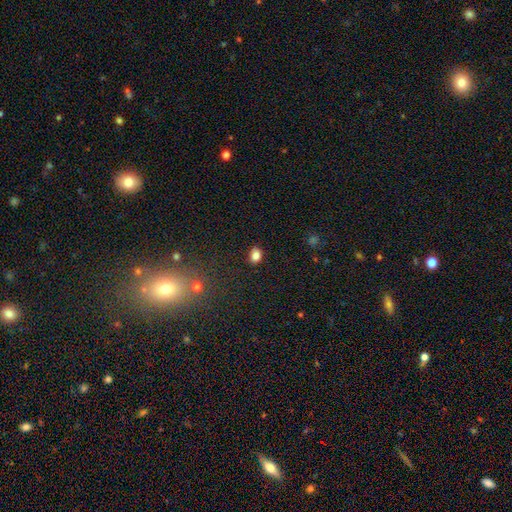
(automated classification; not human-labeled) Smooth or featured? Predicted: smooth (p=0.83). How rounded? Predicted: in between (p=0.65). Merging? Predicted: none (p=0.85).